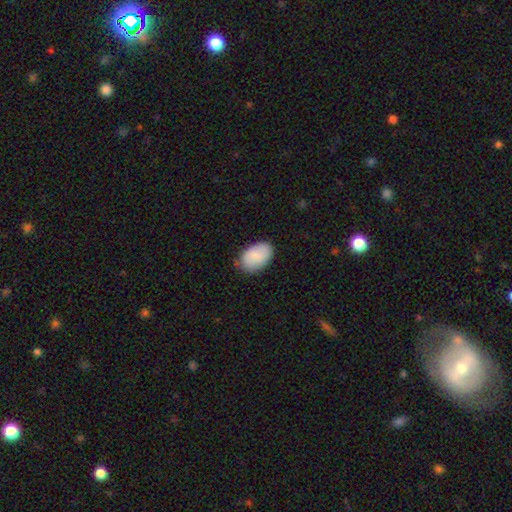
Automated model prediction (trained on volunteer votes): smooth_or_featured: smooth (p=0.82) [alt: featured or disk p=0.12]
how_rounded: in between (p=0.89) [alt: round p=0.09]
merging: none (p=0.78) [alt: minor disturbance p=0.18]